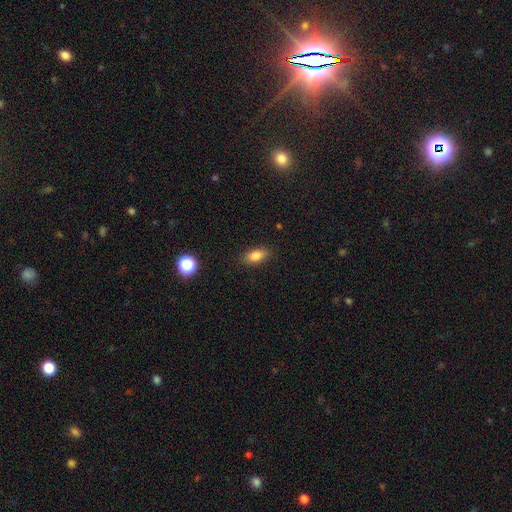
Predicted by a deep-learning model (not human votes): Q: Smooth or featured?
A: smooth (83%); runner-up: star or artifact (10%)
Q: How rounded?
A: in between (85%); runner-up: round (8%)
Q: Merging?
A: none (87%); runner-up: minor disturbance (9%)